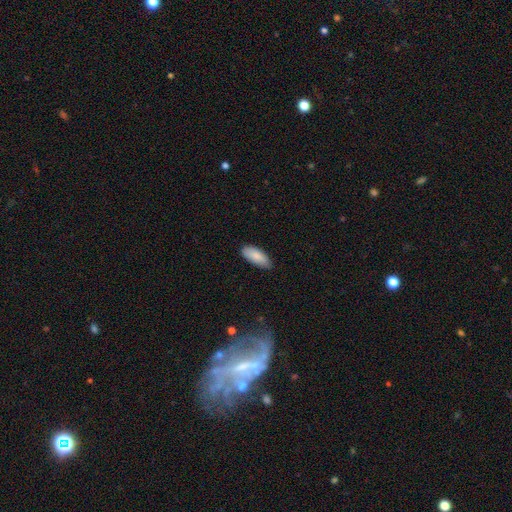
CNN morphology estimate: Smooth or featured? Predicted: smooth (p=0.86). How rounded? Predicted: in between (p=0.85). Merging? Predicted: none (p=0.79).